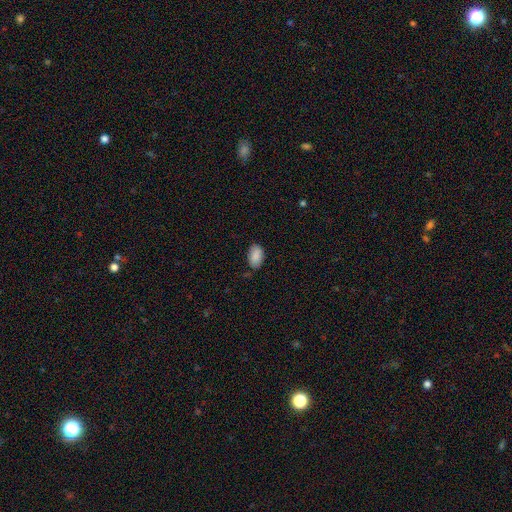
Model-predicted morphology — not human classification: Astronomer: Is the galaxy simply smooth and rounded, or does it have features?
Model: smooth — 89%.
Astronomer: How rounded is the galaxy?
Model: in between — 92%.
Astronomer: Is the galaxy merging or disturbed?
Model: none — 77%.